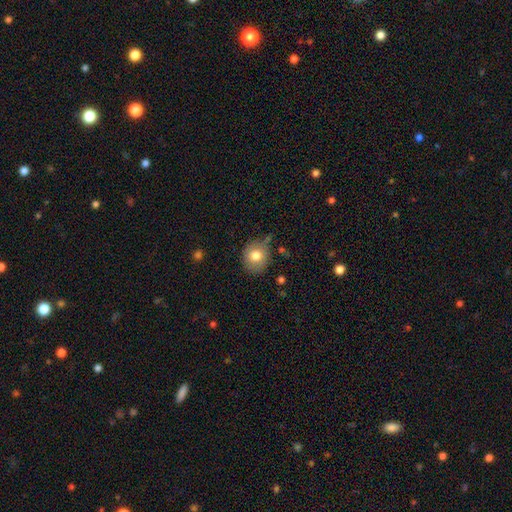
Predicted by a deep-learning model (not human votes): Smooth or featured? Predicted: smooth (p=0.79). How rounded? Predicted: round (p=0.75). Merging? Predicted: none (p=0.75).